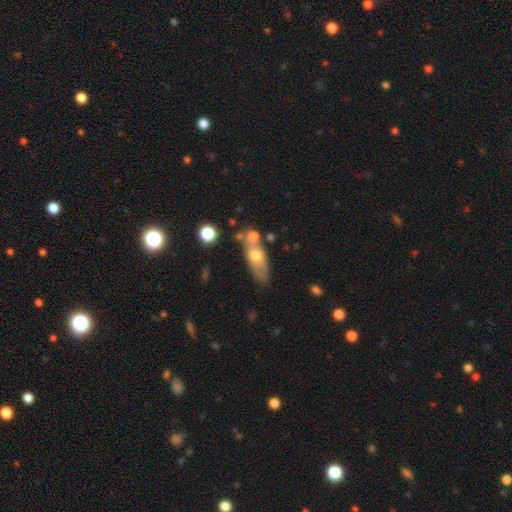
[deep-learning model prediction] smooth-or-featured: smooth: 59% | featured or disk: 34% | star or artifact: 7%
  how-rounded: in between: 64% | cigar-shaped: 31% | round: 5%
  merging: none: 54% | merger: 23% | minor disturbance: 18% | major disturbance: 6%